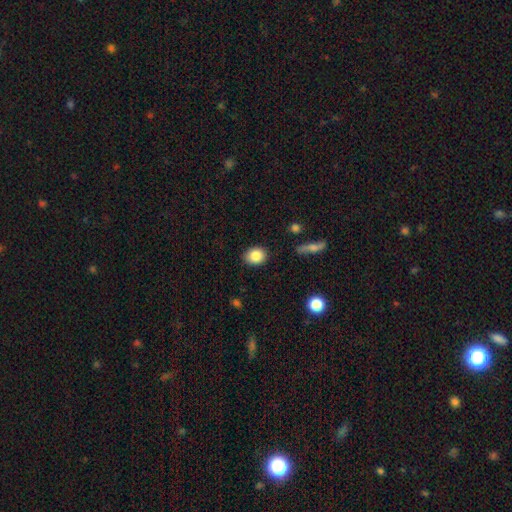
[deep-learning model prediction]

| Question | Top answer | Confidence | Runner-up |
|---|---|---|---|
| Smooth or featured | smooth | 86% | star or artifact (8%) |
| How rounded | in between | 53% | round (46%) |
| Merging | none | 87% | minor disturbance (9%) |